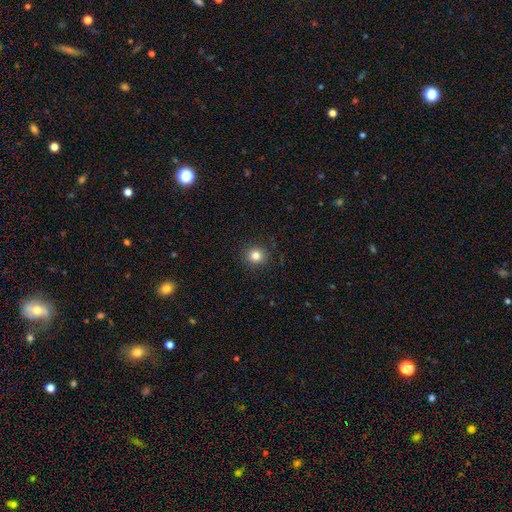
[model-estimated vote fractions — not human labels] smooth-or-featured: smooth: 83% | star or artifact: 12% | featured or disk: 6%
  how-rounded: round: 90% | in between: 9% | cigar-shaped: 1%
  merging: none: 90% | minor disturbance: 7% | major disturbance: 2% | merger: 1%